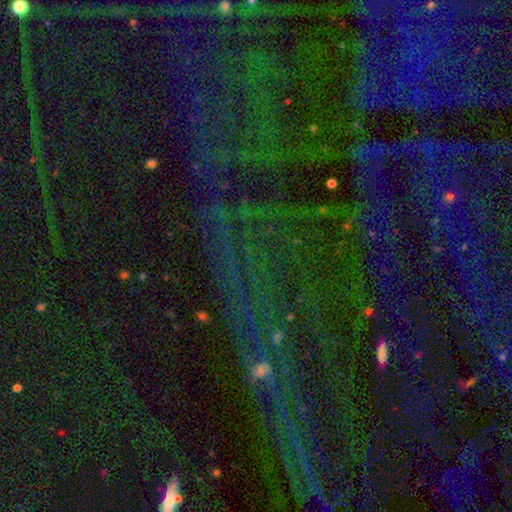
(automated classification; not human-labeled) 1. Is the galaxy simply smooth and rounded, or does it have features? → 78% star or artifact, 12% smooth, 10% featured or disk.